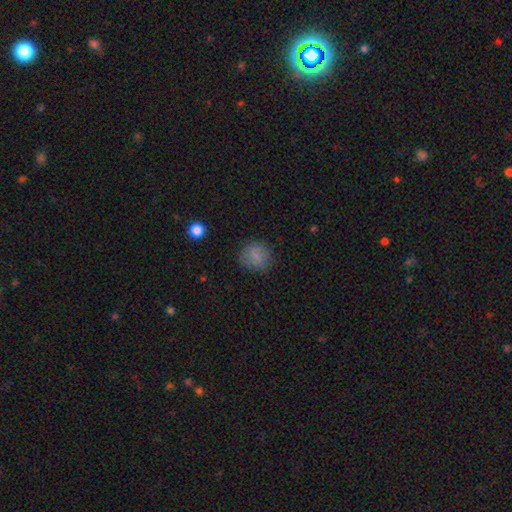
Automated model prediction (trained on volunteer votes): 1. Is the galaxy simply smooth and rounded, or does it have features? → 82% smooth, 11% star or artifact, 7% featured or disk.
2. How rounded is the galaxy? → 83% round, 16% in between, 1% cigar-shaped.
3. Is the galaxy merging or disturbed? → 80% none, 14% minor disturbance, 5% major disturbance, 1% merger.